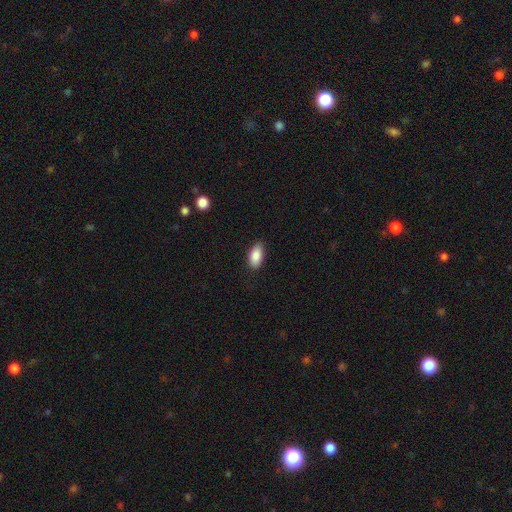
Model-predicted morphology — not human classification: This appears to be a smooth galaxy with no disk features (87%) that is in between round and cigar-shaped (92%). Merging: none (80%).